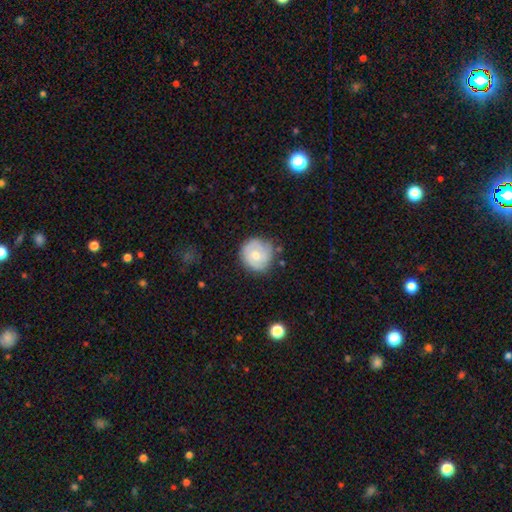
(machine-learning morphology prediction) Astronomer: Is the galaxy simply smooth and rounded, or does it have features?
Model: smooth — 51% (runner-up: featured or disk, 43%).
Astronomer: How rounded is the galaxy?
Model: round — 91%.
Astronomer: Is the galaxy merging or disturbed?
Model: none — 74%.